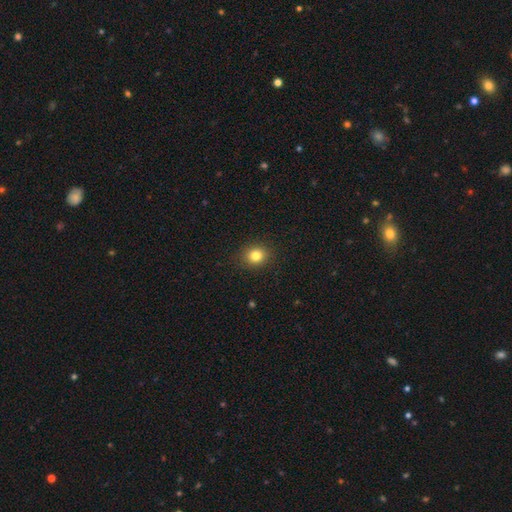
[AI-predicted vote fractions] smooth_or_featured: smooth (p=0.81) [alt: star or artifact p=0.12]
how_rounded: round (p=0.73) [alt: in between p=0.26]
merging: none (p=0.90) [alt: minor disturbance p=0.07]